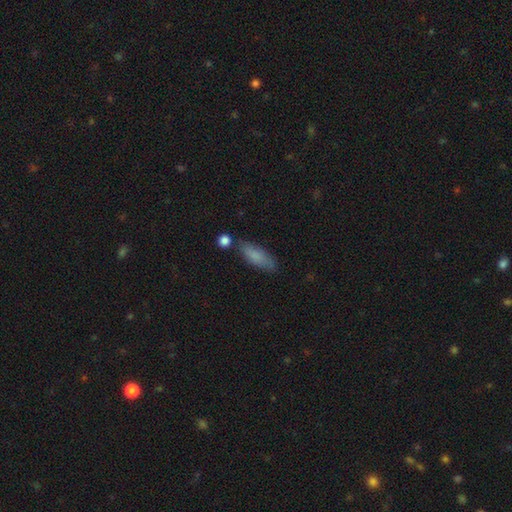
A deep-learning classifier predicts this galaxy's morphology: A smooth galaxy with no disk features (80%) that is in between round and cigar-shaped (60%). Merging: none (69%).